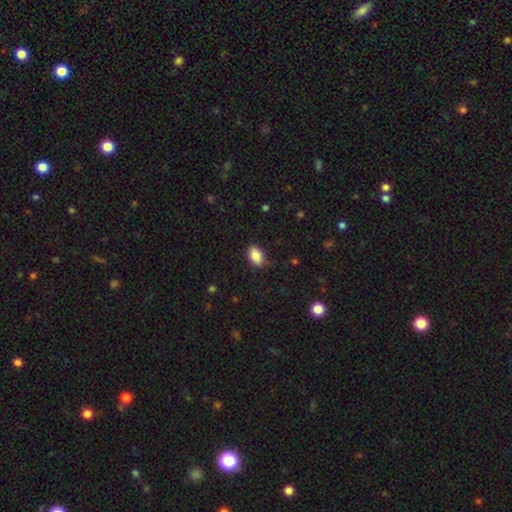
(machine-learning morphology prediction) This appears to be a smooth galaxy with no disk features (86%) that is in between round and cigar-shaped (90%). Merging: none (79%).